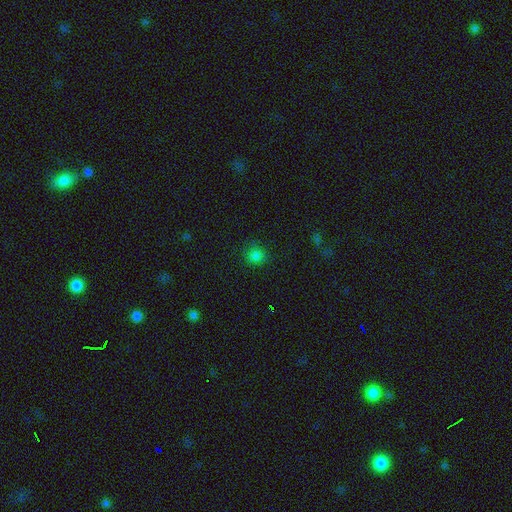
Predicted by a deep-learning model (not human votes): smooth-or-featured: smooth: 79% | star or artifact: 17% | featured or disk: 3%
  how-rounded: round: 89% | in between: 10% | cigar-shaped: 1%
  merging: none: 84% | minor disturbance: 11% | major disturbance: 4% | merger: 1%